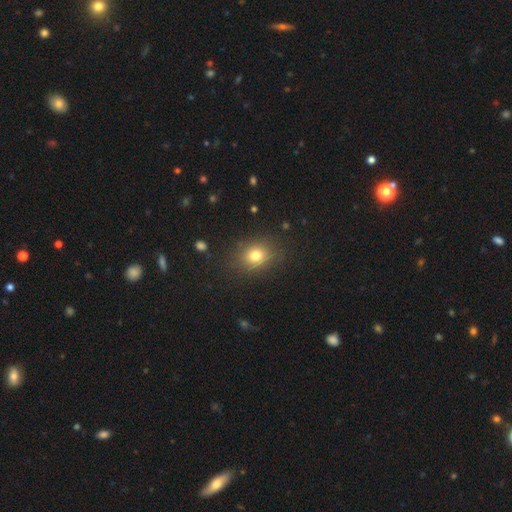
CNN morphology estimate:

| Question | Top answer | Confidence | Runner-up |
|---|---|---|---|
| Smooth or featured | smooth | 78% | star or artifact (13%) |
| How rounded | round | 53% | in between (45%) |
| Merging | none | 83% | minor disturbance (11%) |